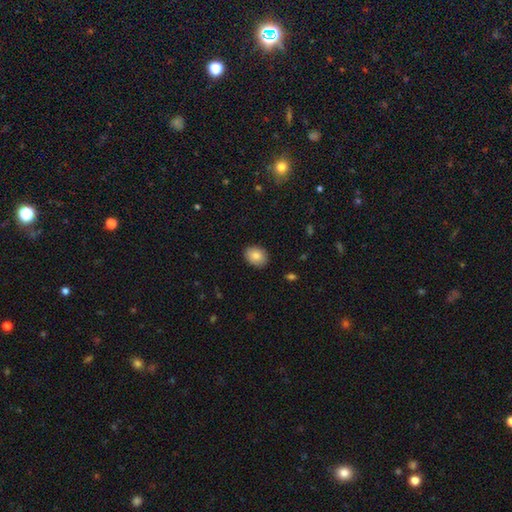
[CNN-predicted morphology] type=smooth (86%); roundness=in between (61%); merging=none (89%).